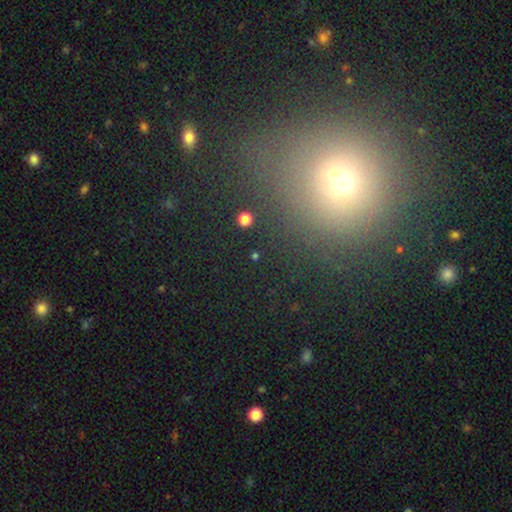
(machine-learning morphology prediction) Overall: star or artifact (45%; smooth 43%).